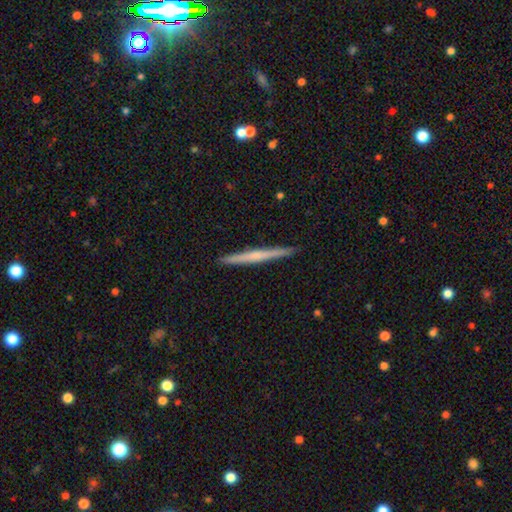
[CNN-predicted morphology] Q: Smooth or featured?
A: featured or disk (53%); runner-up: smooth (42%)
Q: Edge-on disk?
A: yes (98%); runner-up: no (2%)
Q: Edge-on bulge?
A: none (63%); runner-up: rounded (31%)
Q: Merging?
A: none (92%); runner-up: minor disturbance (5%)